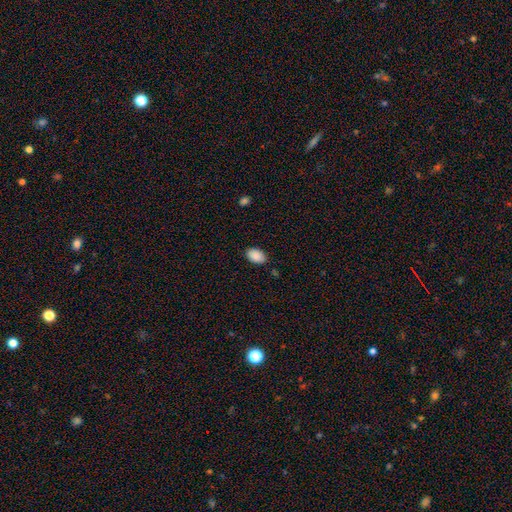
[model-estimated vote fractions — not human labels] smooth-or-featured: smooth: 90% | star or artifact: 7% | featured or disk: 3%
  how-rounded: in between: 91% | round: 8% | cigar-shaped: 1%
  merging: none: 84% | minor disturbance: 12% | major disturbance: 3% | merger: 1%